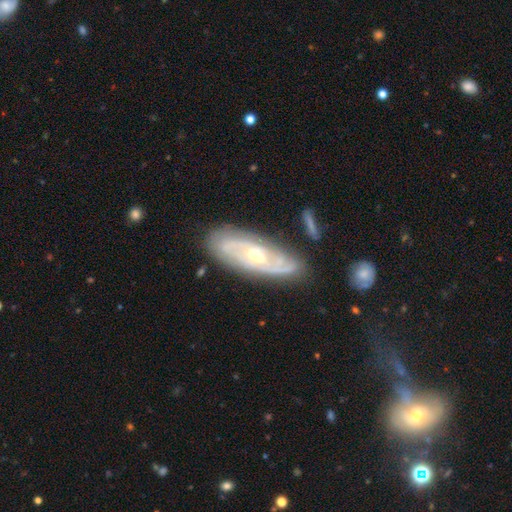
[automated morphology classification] This appears to be a featured or disk galaxy (80%) with no bar (63%), 2 (53%) tight (50%) spiral arms (88%) and a moderate central bulge (70%). Merging: none (79%).